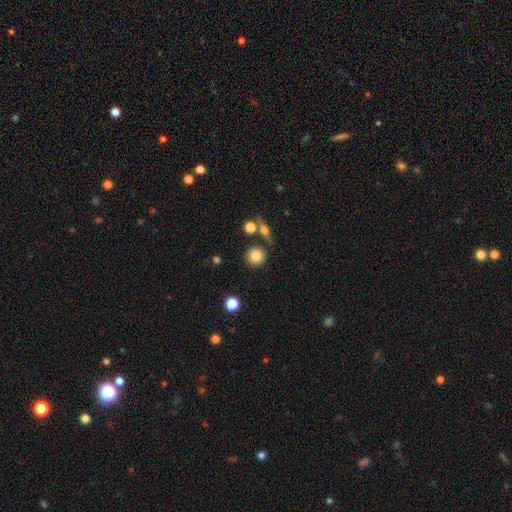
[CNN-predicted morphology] smooth_or_featured: smooth (p=0.80) [alt: featured or disk p=0.10]
how_rounded: round (p=0.91) [alt: in between p=0.08]
merging: none (p=0.80) [alt: minor disturbance p=0.09]